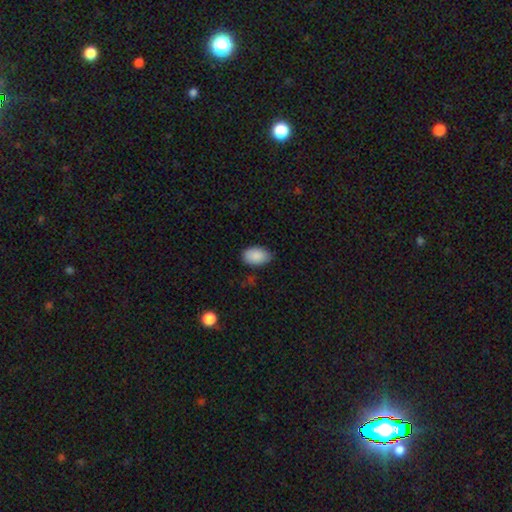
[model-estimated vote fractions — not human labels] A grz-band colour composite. It shows a smooth galaxy with no disk features (89%) that is in between round and cigar-shaped (91%). Merging: none (75%).